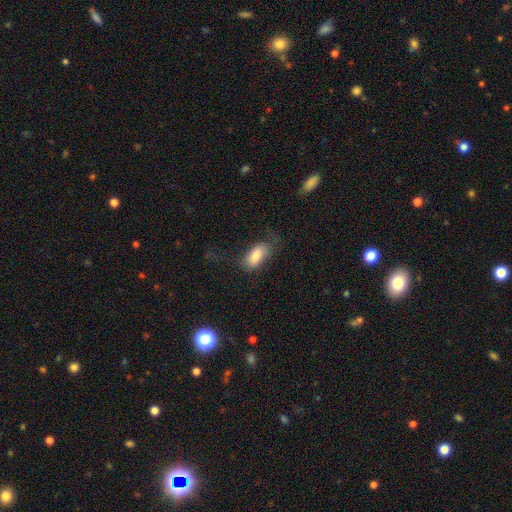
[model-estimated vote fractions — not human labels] Q: Smooth or featured?
A: smooth (79%); runner-up: featured or disk (13%)
Q: How rounded?
A: in between (90%); runner-up: cigar-shaped (6%)
Q: Merging?
A: none (55%); runner-up: minor disturbance (24%)